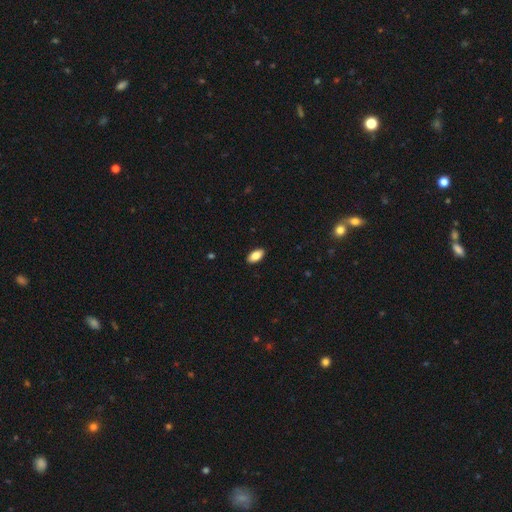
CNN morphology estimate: Smooth or featured?
  - smooth: 84% *
  - featured or disk: 9%
  - star or artifact: 7%
How rounded?
  - in between: 93% *
  - cigar-shaped: 4%
  - round: 3%
Merging?
  - none: 90% *
  - minor disturbance: 7%
  - major disturbance: 2%
  - merger: 1%